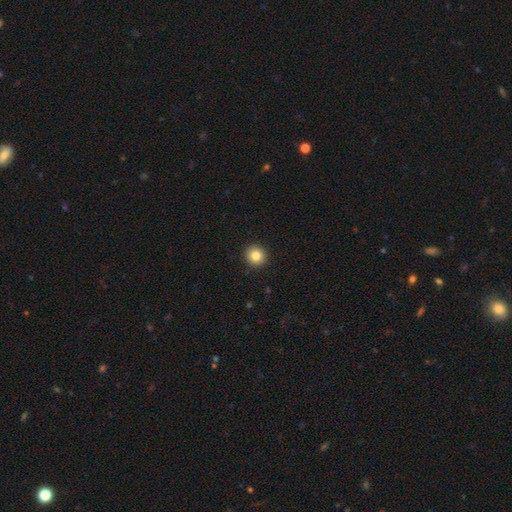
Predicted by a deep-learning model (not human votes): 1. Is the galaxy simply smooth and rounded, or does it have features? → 84% smooth, 10% star or artifact, 7% featured or disk.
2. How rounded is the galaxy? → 92% round, 7% in between, 1% cigar-shaped.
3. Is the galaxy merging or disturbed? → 93% none, 5% minor disturbance, 2% major disturbance, 1% merger.